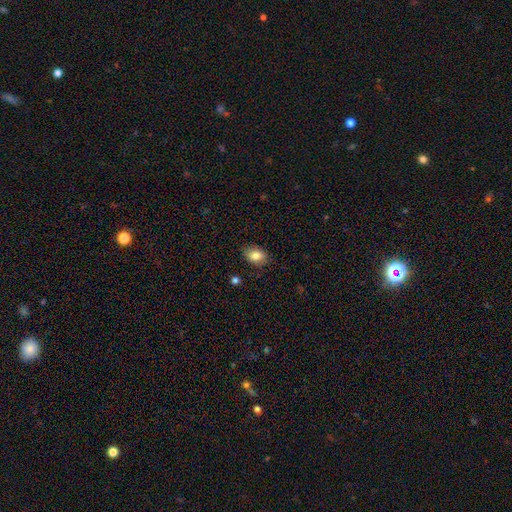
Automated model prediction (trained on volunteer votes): Morphology: type=smooth (83%); roundness=in between (76%); merging=none (84%).